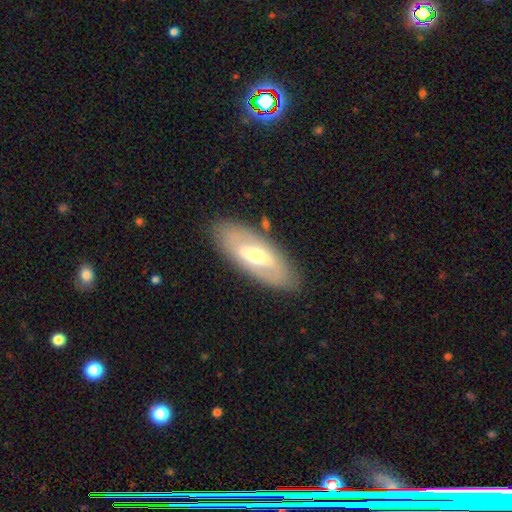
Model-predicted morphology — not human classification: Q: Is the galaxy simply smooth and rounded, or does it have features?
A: featured or disk — 59%.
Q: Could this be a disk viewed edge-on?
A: no — 78%.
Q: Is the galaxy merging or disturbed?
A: none — 84%.